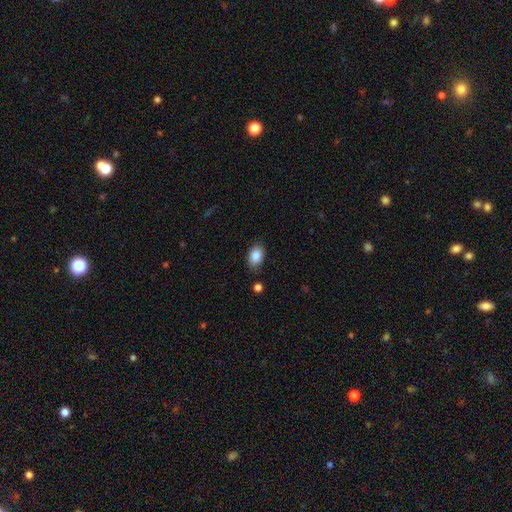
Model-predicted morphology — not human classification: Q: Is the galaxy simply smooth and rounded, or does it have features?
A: smooth — 87%.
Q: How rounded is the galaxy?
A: in between — 87%.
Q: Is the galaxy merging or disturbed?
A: none — 82%.